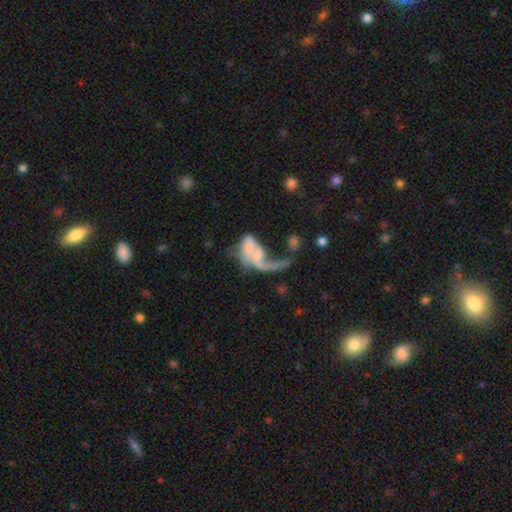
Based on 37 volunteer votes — Volunteers were most divided on "merging": major disturbance: 44%, merger: 42%, none: 8%, minor disturbance: 6%. More confident: edge-on disk — no (97%); spiral winding — loose (94%); spiral arm count — 1 (83%); smooth or featured — featured or disk (81%); bulge size — none (79%); bar — no (76%); spiral arms — yes (62%).